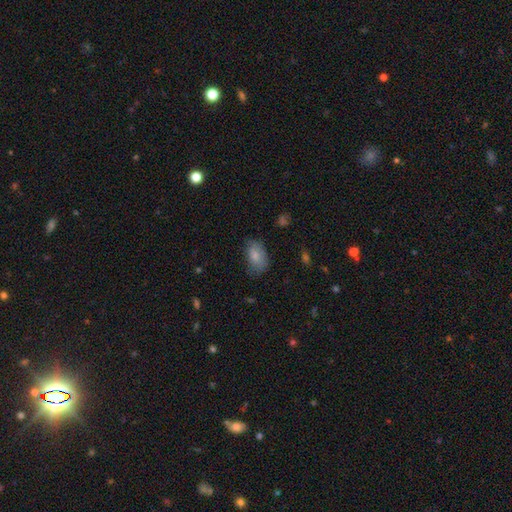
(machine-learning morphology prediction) smooth-or-featured: smooth: 81% | featured or disk: 12% | star or artifact: 7%
  how-rounded: in between: 91% | round: 7% | cigar-shaped: 2%
  merging: none: 63% | minor disturbance: 28% | major disturbance: 8% | merger: 1%